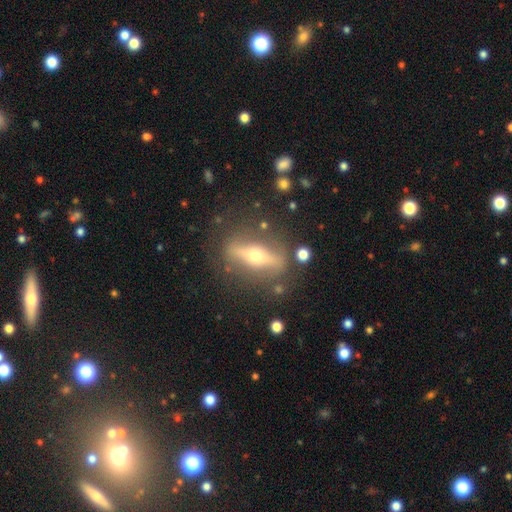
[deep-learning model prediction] smooth_or_featured: featured or disk (p=0.68) [alt: smooth p=0.25]
disk_edge_on: yes (p=0.70) [alt: no p=0.30]
merging: none (p=0.80) [alt: minor disturbance p=0.11]